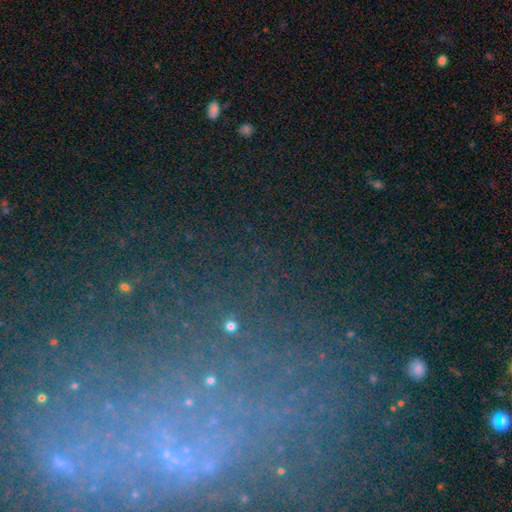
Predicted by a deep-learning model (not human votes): Smooth or featured? Predicted: star or artifact (p=0.62).